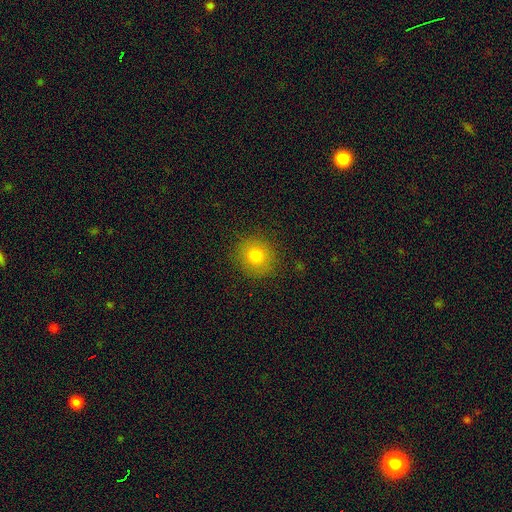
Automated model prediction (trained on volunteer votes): Morphology: type=smooth (77%); roundness=round (89%); merging=none (87%).